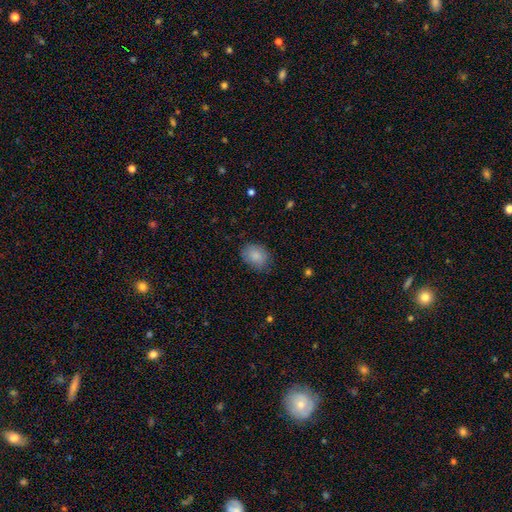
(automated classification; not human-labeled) A smooth galaxy with no disk features (87%) that is in between round and cigar-shaped (64%).

Vote fractions:
- Smooth or featured? smooth: 87% / star or artifact: 7% / featured or disk: 6%
- How rounded? in between: 64% / round: 35% / cigar-shaped: 1%
- Merging? none: 75% / minor disturbance: 19% / major disturbance: 4% / merger: 1%